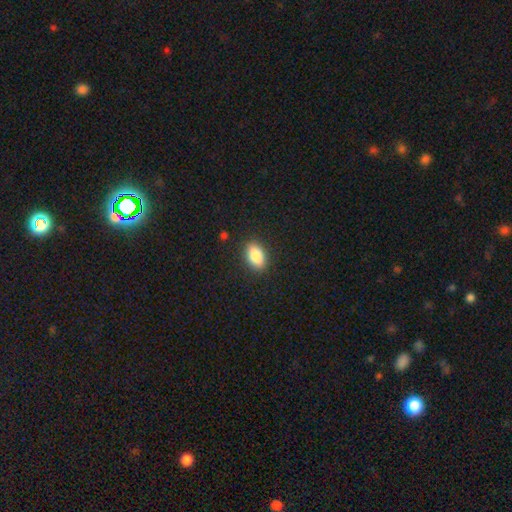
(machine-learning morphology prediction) Smooth or featured: smooth — 87% (star or artifact — 7%)
How rounded: in between — 90% (round — 7%)
Merging: none — 88% (minor disturbance — 9%)